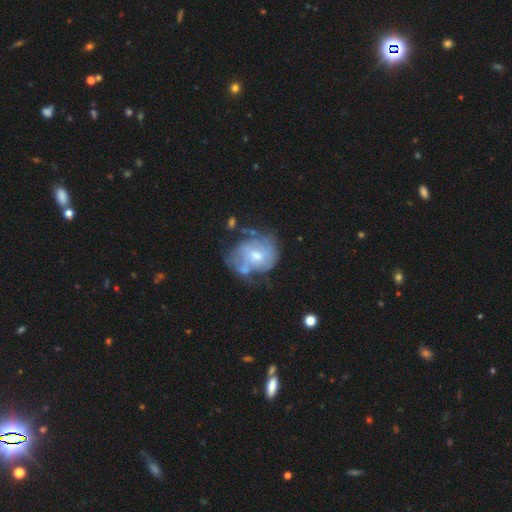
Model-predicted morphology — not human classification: Q: Smooth or featured?
A: featured or disk (61%); runner-up: smooth (32%)
Q: Edge-on disk?
A: no (97%); runner-up: yes (3%)
Q: Bar?
A: no (68%); runner-up: weak (27%)
Q: Spiral arms?
A: yes (57%); runner-up: no (43%)
Q: Bulge size?
A: moderate (60%); runner-up: small (30%)
Q: Merging?
A: none (40%); runner-up: minor disturbance (25%)